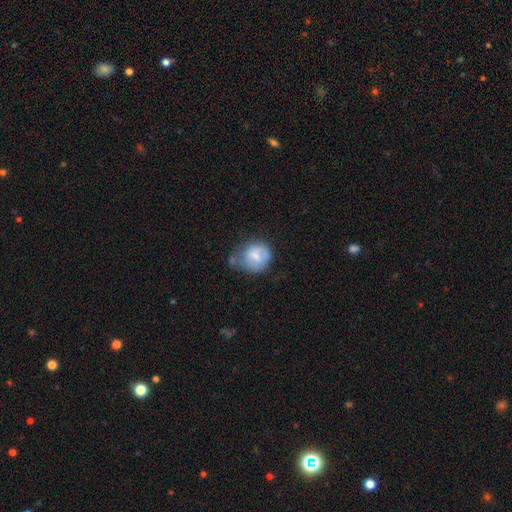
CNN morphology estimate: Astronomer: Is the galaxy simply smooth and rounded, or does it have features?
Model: smooth — 66%.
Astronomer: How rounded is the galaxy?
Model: round — 63%.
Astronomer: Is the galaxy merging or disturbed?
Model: minor disturbance — 36% (runner-up: none, 33%).